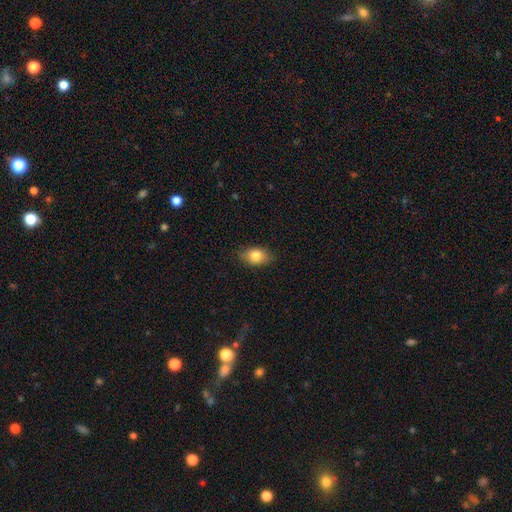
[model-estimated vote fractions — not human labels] Smooth or featured? Predicted: smooth (p=0.81). How rounded? Predicted: in between (p=0.81). Merging? Predicted: none (p=0.85).